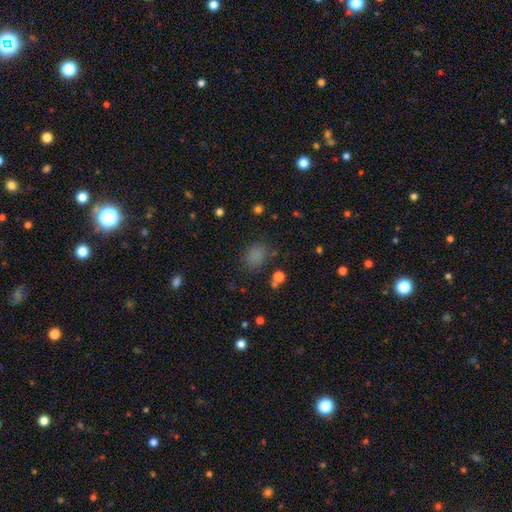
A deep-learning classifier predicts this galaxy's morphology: Smooth or featured? smooth (77%)
How rounded? in between (50%)
Merging? none (78%)